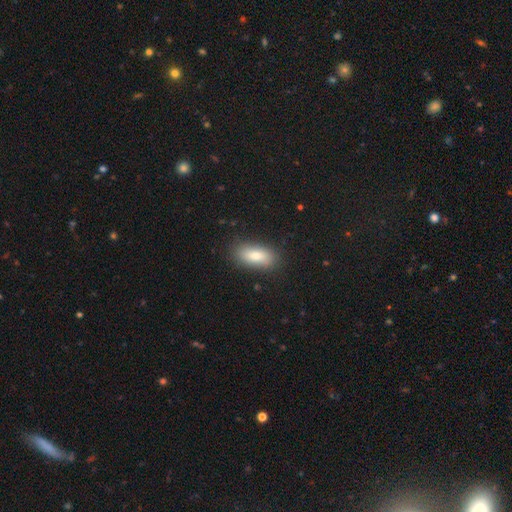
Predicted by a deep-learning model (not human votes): The model was most divided on "how rounded": in between: 83%, cigar-shaped: 14%, round: 3%. More confident: merging — none (85%); smooth or featured — smooth (82%).